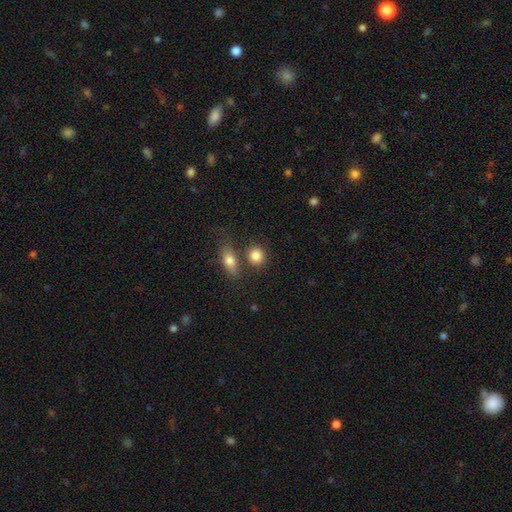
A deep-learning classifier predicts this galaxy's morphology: Smooth or featured? smooth (85%)
How rounded? round (78%)
Merging? none (68%)